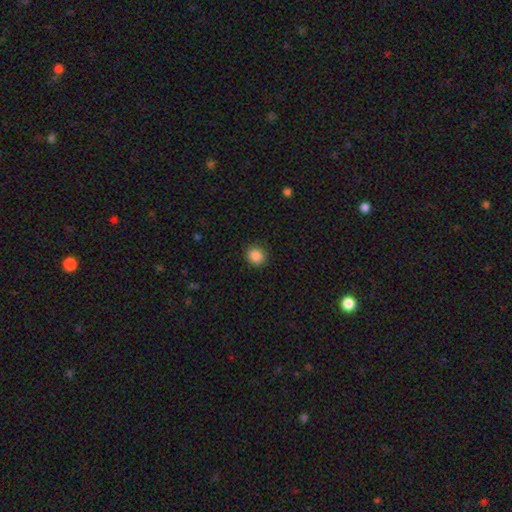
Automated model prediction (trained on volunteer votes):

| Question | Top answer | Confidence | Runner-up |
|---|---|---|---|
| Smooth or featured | smooth | 87% | star or artifact (10%) |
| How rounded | round | 86% | in between (13%) |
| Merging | none | 89% | minor disturbance (8%) |